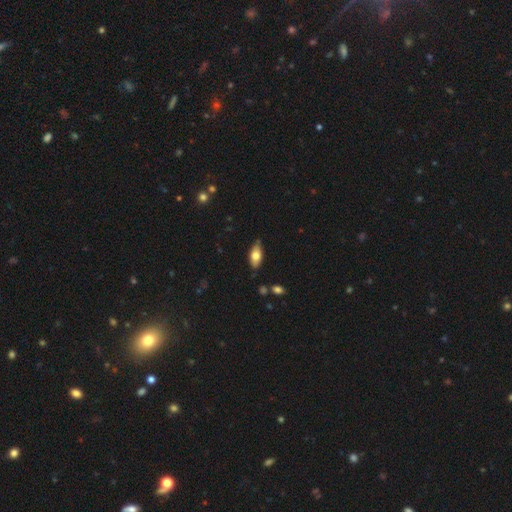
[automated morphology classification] This appears to be a smooth galaxy with no disk features (71%) that is in between round and cigar-shaped (88%). Merging: none (81%).